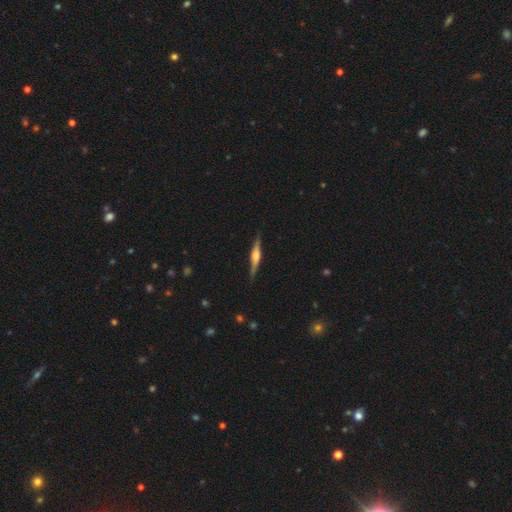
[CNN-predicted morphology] featured or disk 74%, smooth 21%, star or artifact 6%. Down the decision tree: edge-on disk — yes (97%); edge-on bulge — rounded (80%); merging — none (85%).